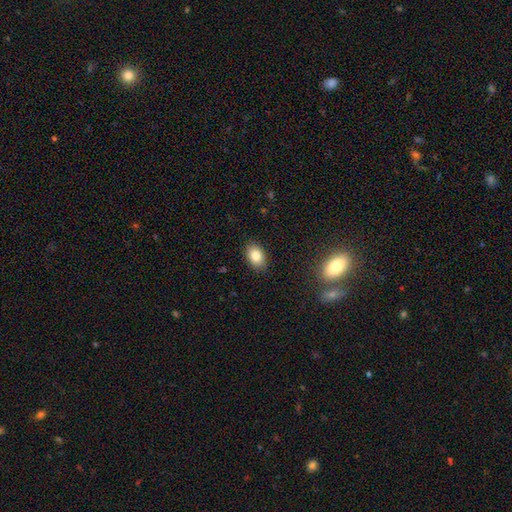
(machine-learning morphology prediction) This is clearly a smooth galaxy (82%). How rounded: clearly in between (84%). Merging: clearly none (88%).